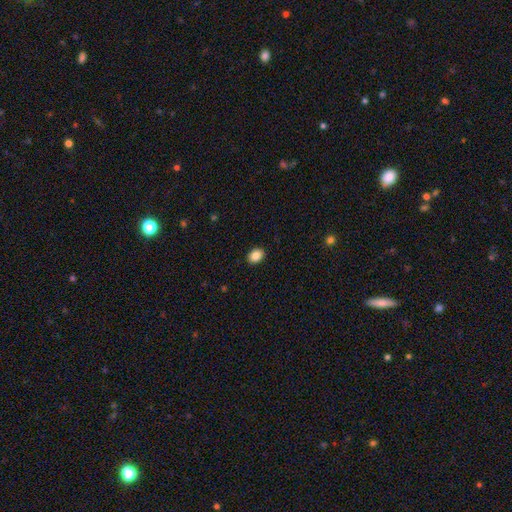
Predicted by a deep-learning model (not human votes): Smooth or featured? smooth (86%)
How rounded? in between (61%)
Merging? none (91%)